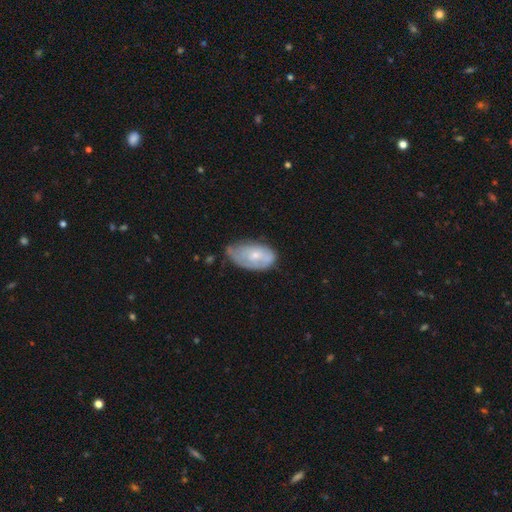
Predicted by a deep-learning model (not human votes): smooth-or-featured: smooth: 49% | featured or disk: 45% | star or artifact: 6%
  merging: minor disturbance: 45% | none: 37% | major disturbance: 16% | merger: 3%